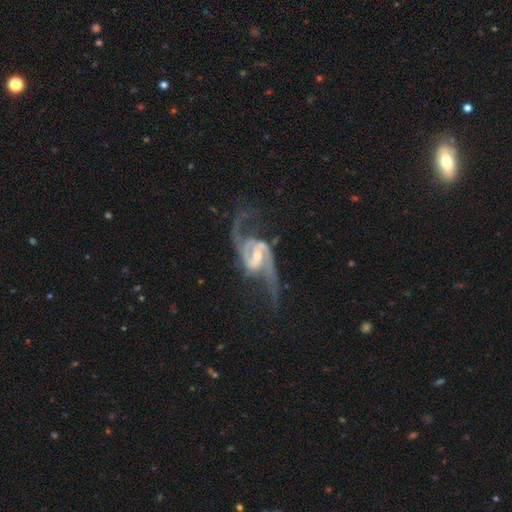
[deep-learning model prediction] The model was most divided on "spiral winding": loose: 47%, medium: 42%, tight: 10%. Remaining: spiral arms — yes (98%); edge-on disk — no (97%); smooth or featured — featured or disk (92%); spiral arm count — 2 (92%); merging — none (70%); bulge size — small (50%); bar — weak (46%).